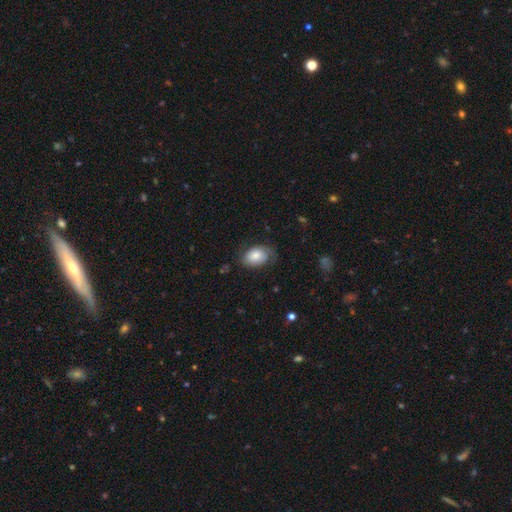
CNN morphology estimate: smooth-or-featured: smooth: 66% | featured or disk: 27% | star or artifact: 7%
  how-rounded: in between: 86% | round: 13% | cigar-shaped: 1%
  merging: none: 56% | minor disturbance: 28% | major disturbance: 15% | merger: 1%